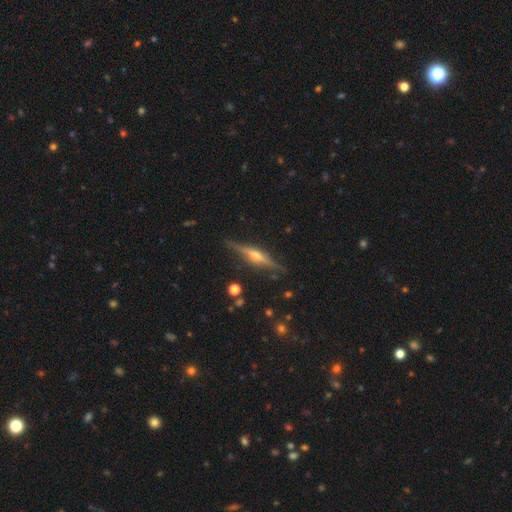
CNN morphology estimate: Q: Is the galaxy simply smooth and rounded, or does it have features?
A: featured or disk — 81%.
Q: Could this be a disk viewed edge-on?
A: yes — 98%.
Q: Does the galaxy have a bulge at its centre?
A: rounded — 90%.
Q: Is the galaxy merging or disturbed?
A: none — 88%.